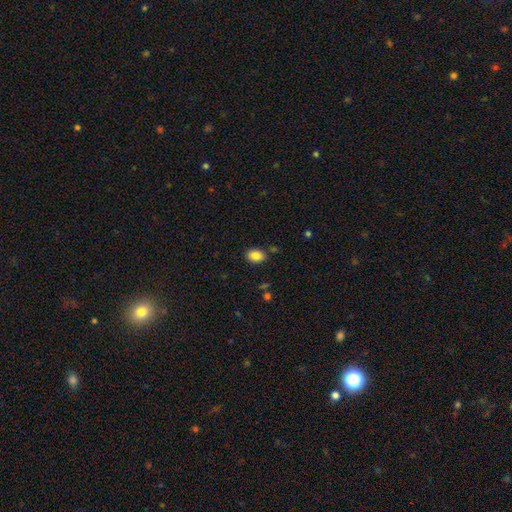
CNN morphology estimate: Overall: smooth (85%). How rounded: in between (80%). Merging: none (83%).